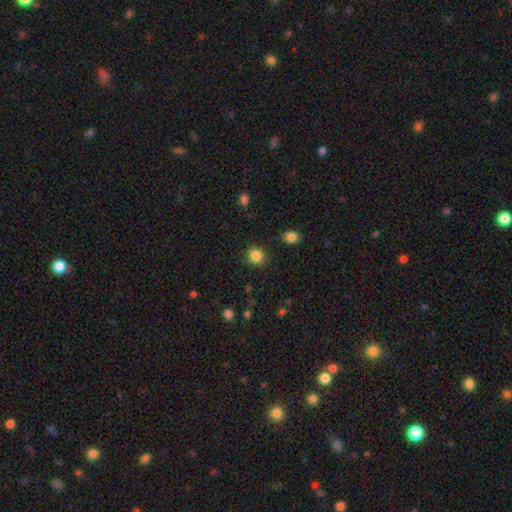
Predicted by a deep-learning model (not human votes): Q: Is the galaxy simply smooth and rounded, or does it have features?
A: smooth — 86%.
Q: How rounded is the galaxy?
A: round — 90%.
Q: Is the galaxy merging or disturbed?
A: none — 90%.